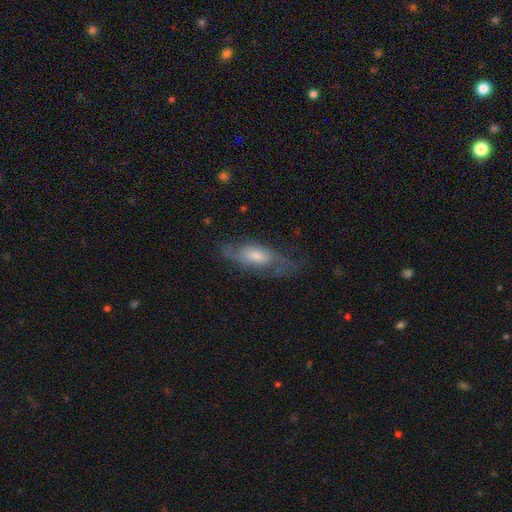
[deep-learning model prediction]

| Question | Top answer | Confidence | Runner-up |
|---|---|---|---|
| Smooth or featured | featured or disk | 58% | smooth (35%) |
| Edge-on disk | no | 79% | yes (21%) |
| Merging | none | 56% | minor disturbance (25%) |